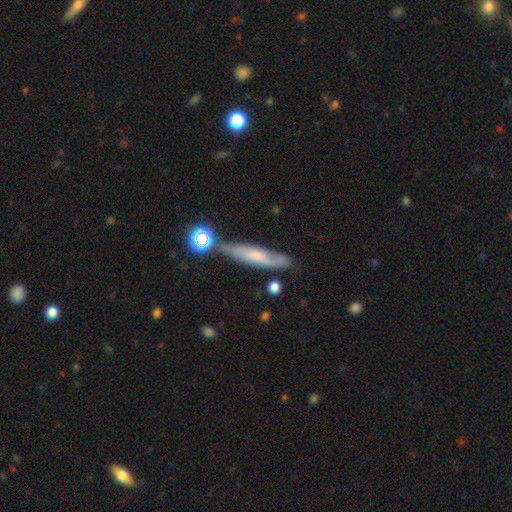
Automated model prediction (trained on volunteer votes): Q: Smooth or featured?
A: featured or disk (46%); runner-up: smooth (43%)
Q: Merging?
A: none (67%); runner-up: minor disturbance (20%)